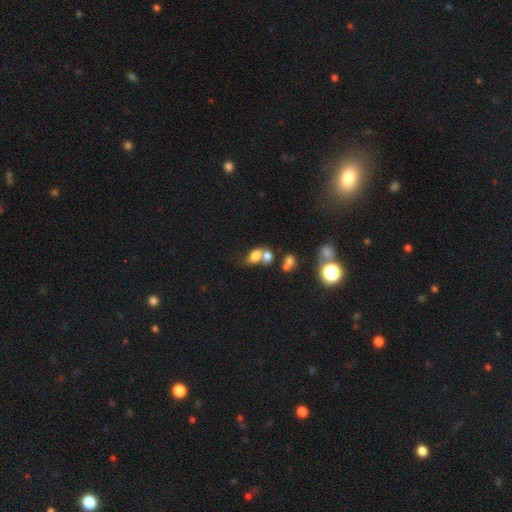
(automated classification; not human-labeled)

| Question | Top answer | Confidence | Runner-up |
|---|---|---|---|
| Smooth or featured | smooth | 71% | featured or disk (15%) |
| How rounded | in between | 75% | round (23%) |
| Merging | merger | 54% | none (26%) |